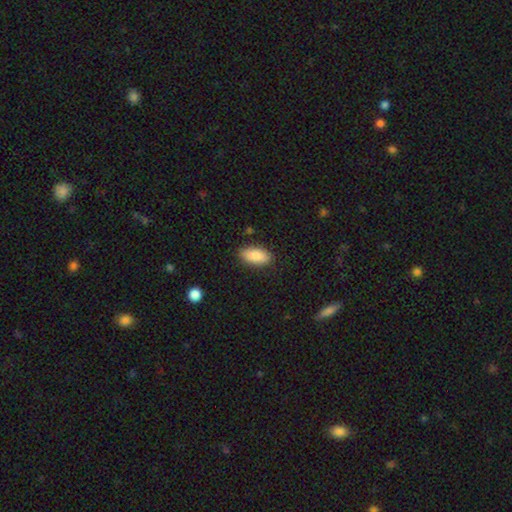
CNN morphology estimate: type=smooth (89%); roundness=in between (91%); merging=none (85%).